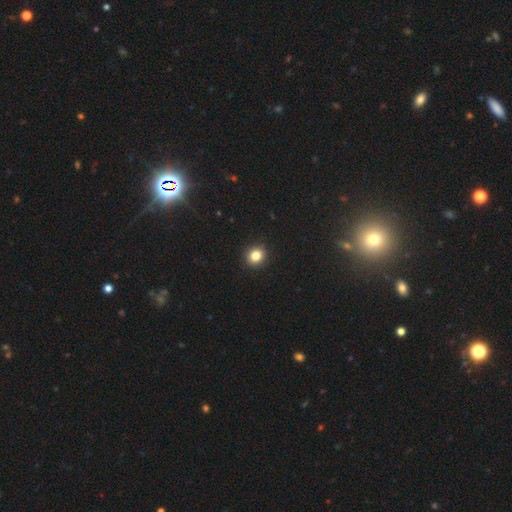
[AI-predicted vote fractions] Overall: smooth (84%). How rounded: round (83%). Merging: none (92%).